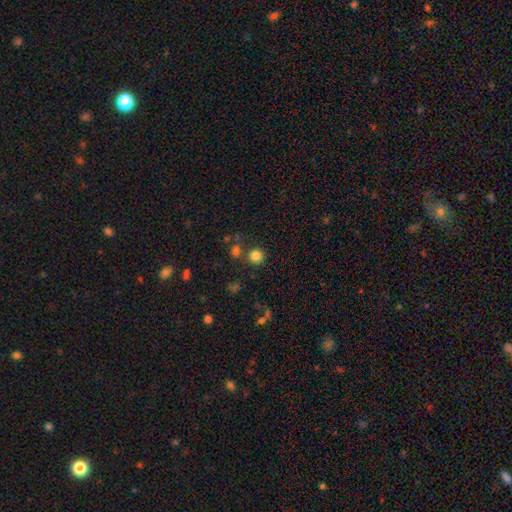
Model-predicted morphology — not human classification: Smooth or featured?
  - smooth: 82% *
  - star or artifact: 13%
  - featured or disk: 5%
How rounded?
  - round: 93% *
  - in between: 6%
  - cigar-shaped: 1%
Merging?
  - none: 79% *
  - merger: 10%
  - minor disturbance: 8%
  - major disturbance: 3%